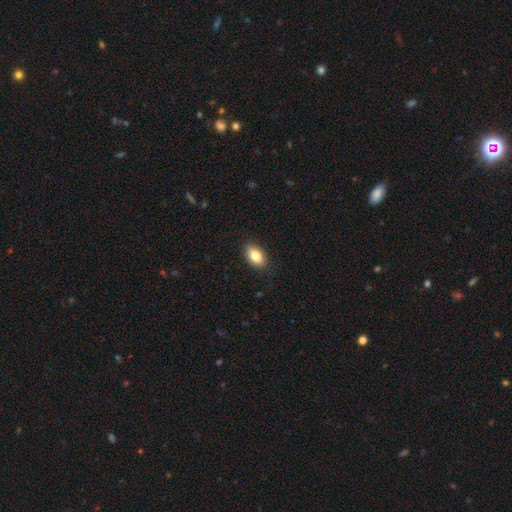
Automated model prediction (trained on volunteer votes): Smooth or featured? Predicted: smooth (p=0.83). How rounded? Predicted: in between (p=0.89). Merging? Predicted: none (p=0.88).